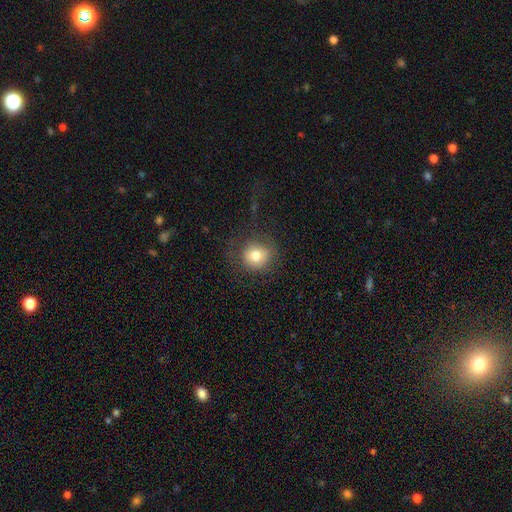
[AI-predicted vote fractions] smooth_or_featured: smooth (p=0.75) [alt: featured or disk p=0.13]
how_rounded: round (p=0.89) [alt: in between p=0.10]
merging: none (p=0.75) [alt: minor disturbance p=0.13]